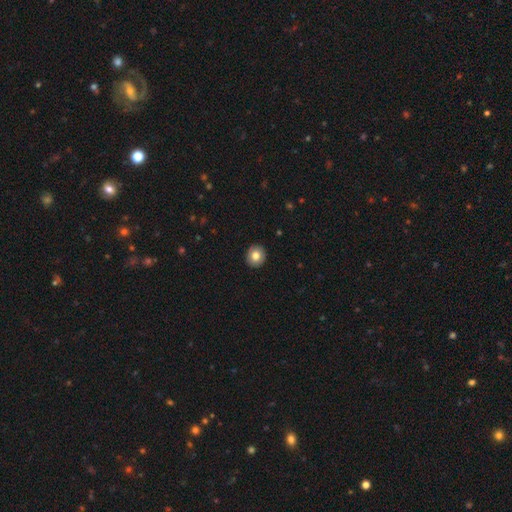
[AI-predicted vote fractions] Q: Smooth or featured?
A: smooth (79%); runner-up: featured or disk (12%)
Q: How rounded?
A: round (82%); runner-up: in between (17%)
Q: Merging?
A: none (92%); runner-up: minor disturbance (5%)